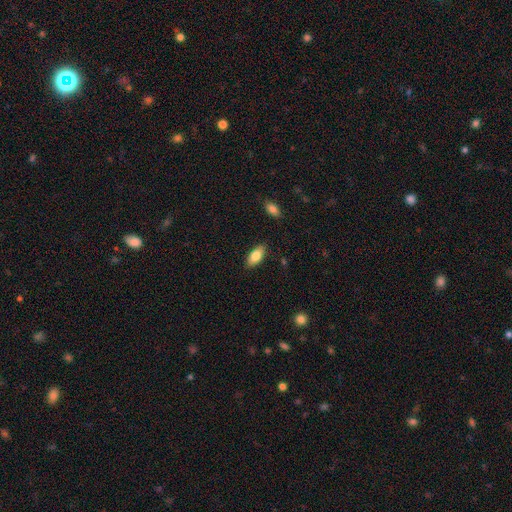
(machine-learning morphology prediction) A smooth galaxy with no disk features (81%) that is in between round and cigar-shaped (88%).

Vote fractions:
- Smooth or featured? smooth: 81% / featured or disk: 12% / star or artifact: 7%
- How rounded? in between: 88% / cigar-shaped: 10% / round: 2%
- Merging? none: 87% / minor disturbance: 10% / major disturbance: 2% / merger: 1%